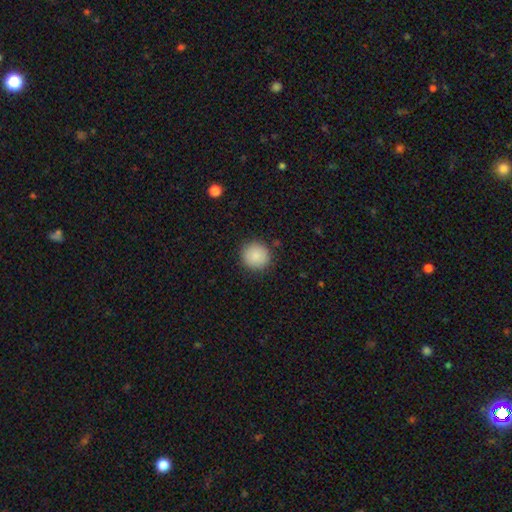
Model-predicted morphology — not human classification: Smooth or featured? smooth (87%)
How rounded? round (93%)
Merging? none (89%)